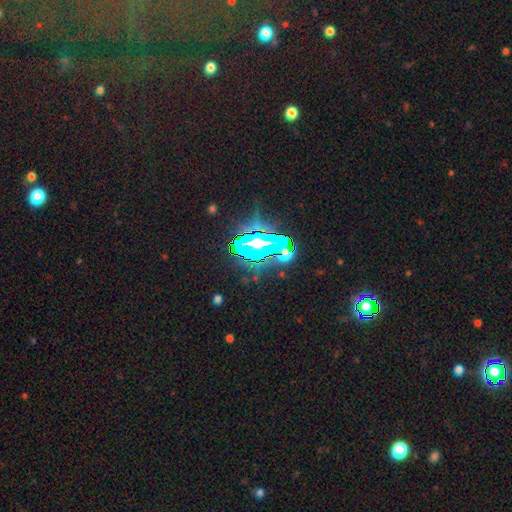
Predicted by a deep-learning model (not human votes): Smooth or featured? star or artifact (68%)